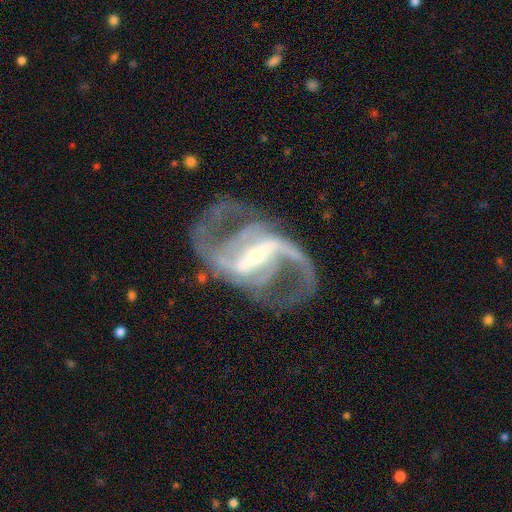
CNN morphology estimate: The model was most divided on "spiral winding": medium: 51%, loose: 38%, tight: 11%. More confident: spiral arms — yes (97%); edge-on disk — no (97%); smooth or featured — featured or disk (93%); spiral arm count — 2 (79%); bar — strong (76%); bulge size — small (76%); merging — none (68%).